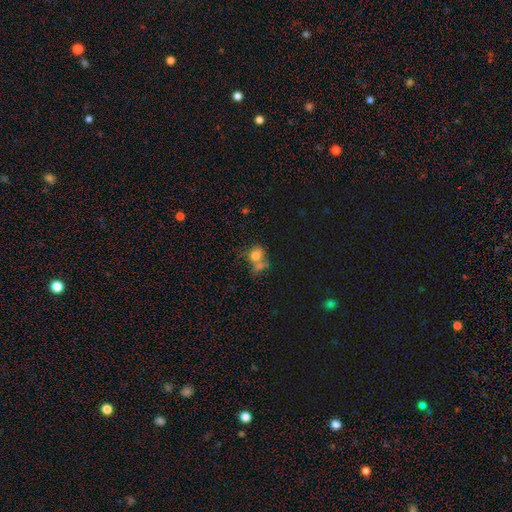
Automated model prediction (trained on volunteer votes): Morphology: type=smooth (71%); roundness=round (55%); merging=merger (52%).